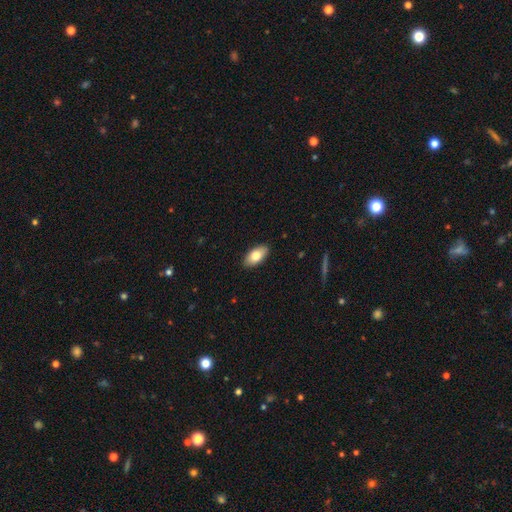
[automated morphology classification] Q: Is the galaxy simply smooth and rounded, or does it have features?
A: smooth — 79%.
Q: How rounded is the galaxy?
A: in between — 93%.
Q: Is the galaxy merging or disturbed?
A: none — 89%.